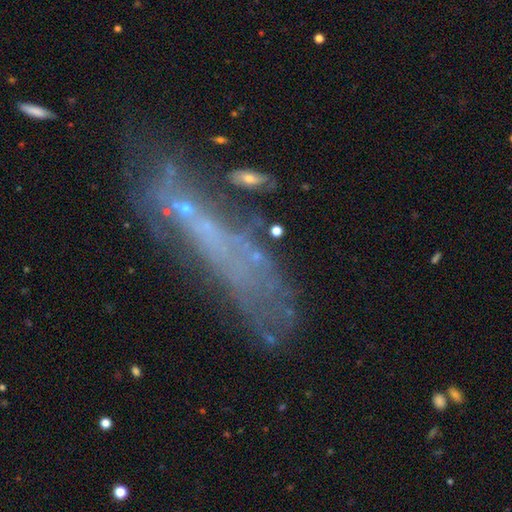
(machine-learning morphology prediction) Overall: featured or disk (49%; smooth 32%). Merging: none (46%; major disturbance 21%).